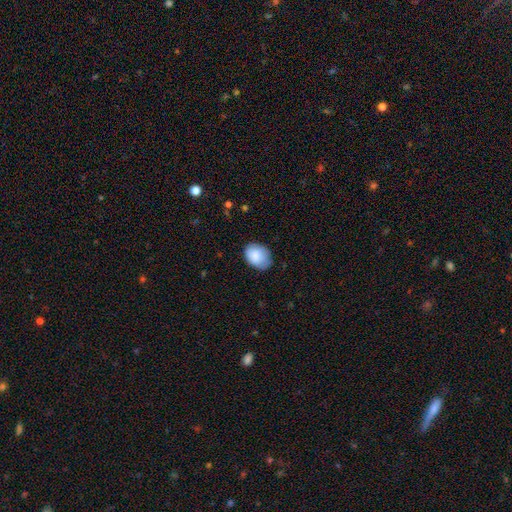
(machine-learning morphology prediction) Q: Smooth or featured?
A: smooth (84%); runner-up: featured or disk (9%)
Q: How rounded?
A: in between (68%); runner-up: round (31%)
Q: Merging?
A: none (66%); runner-up: minor disturbance (27%)